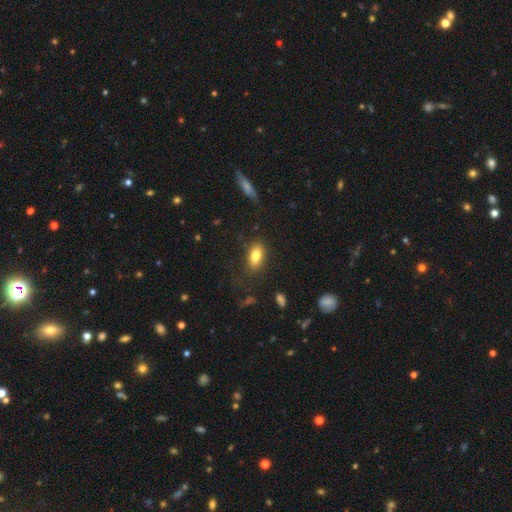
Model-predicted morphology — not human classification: Smooth or featured?
  - smooth: 81% *
  - featured or disk: 11%
  - star or artifact: 9%
How rounded?
  - in between: 88% *
  - round: 7%
  - cigar-shaped: 5%
Merging?
  - none: 79% *
  - minor disturbance: 14%
  - major disturbance: 5%
  - merger: 2%